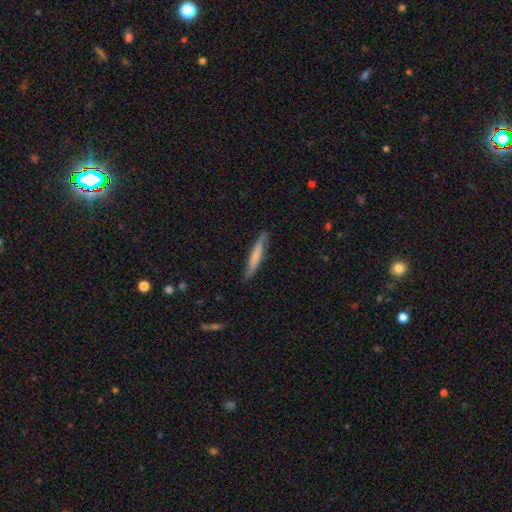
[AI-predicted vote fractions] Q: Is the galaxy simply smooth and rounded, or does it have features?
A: smooth — 61%.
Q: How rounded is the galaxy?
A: cigar-shaped — 93%.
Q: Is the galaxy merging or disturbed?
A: none — 82%.